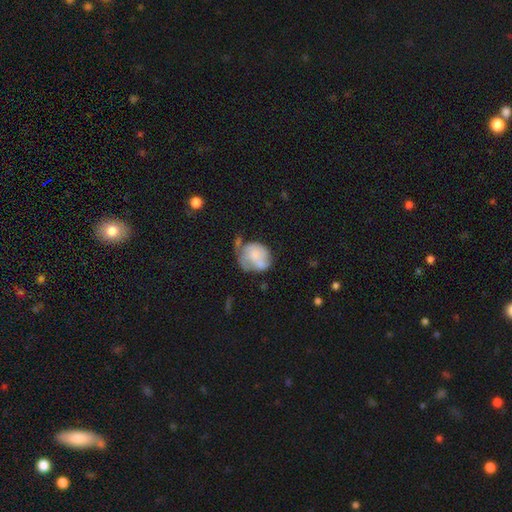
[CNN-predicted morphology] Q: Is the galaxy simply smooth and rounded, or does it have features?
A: smooth — 54%.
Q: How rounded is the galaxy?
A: round — 64%.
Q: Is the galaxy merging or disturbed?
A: none — 31%.